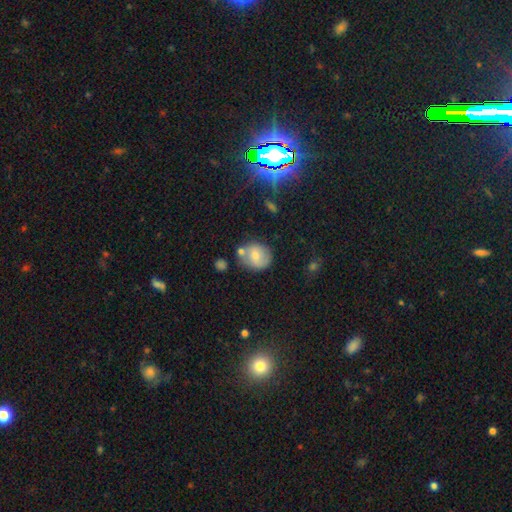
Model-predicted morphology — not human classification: Q: Smooth or featured?
A: smooth (65%); runner-up: featured or disk (26%)
Q: How rounded?
A: round (75%); runner-up: in between (24%)
Q: Merging?
A: none (62%); runner-up: minor disturbance (17%)